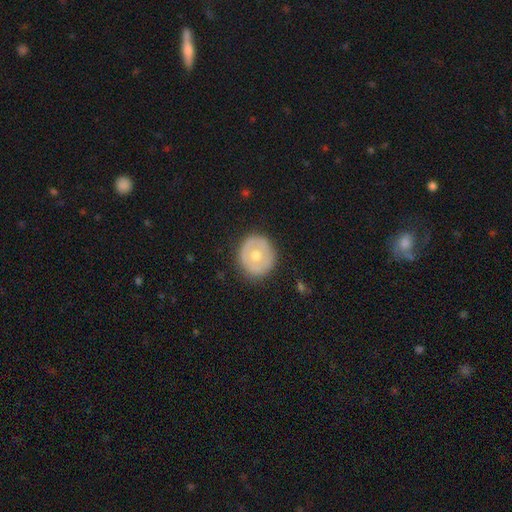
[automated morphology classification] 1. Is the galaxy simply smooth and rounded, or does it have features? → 51% smooth, 43% featured or disk, 6% star or artifact.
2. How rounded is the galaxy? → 86% round, 13% in between, 1% cigar-shaped.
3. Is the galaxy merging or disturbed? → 86% none, 10% minor disturbance, 3% major disturbance, 1% merger.